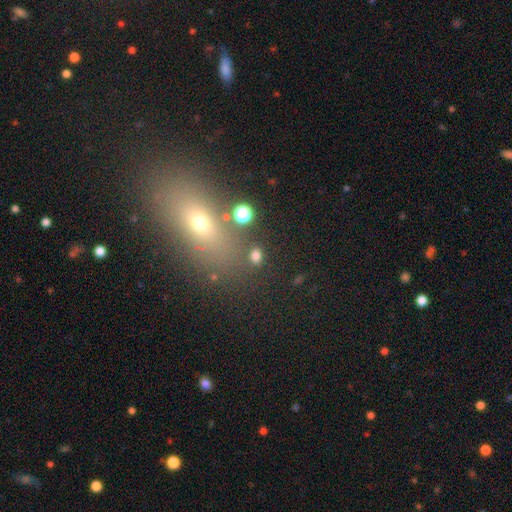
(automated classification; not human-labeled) smooth 74%, star or artifact 19%, featured or disk 7%. Down the decision tree: how rounded — in between (57%); merging — none (78%).